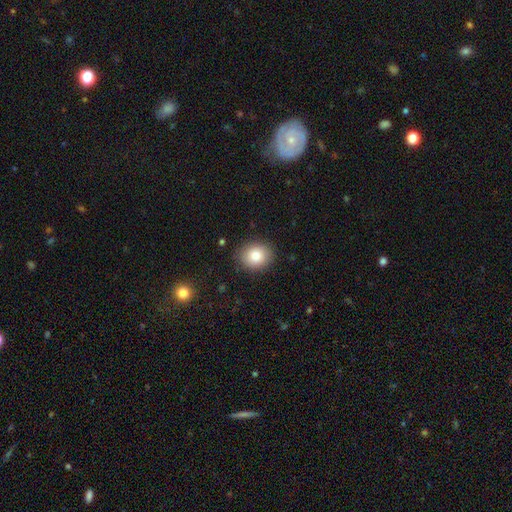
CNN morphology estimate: smooth_or_featured: smooth (p=0.81) [alt: featured or disk p=0.09]
how_rounded: round (p=0.61) [alt: in between p=0.38]
merging: none (p=0.88) [alt: minor disturbance p=0.09]